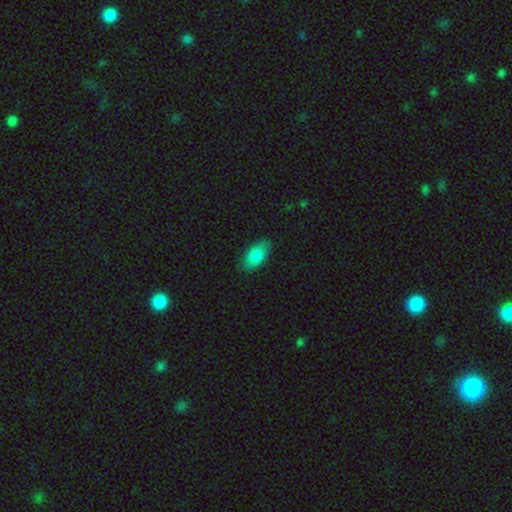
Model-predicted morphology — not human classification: smooth 85%, featured or disk 8%, star or artifact 7%. Down the decision tree: how rounded — in between (93%); merging — none (84%).